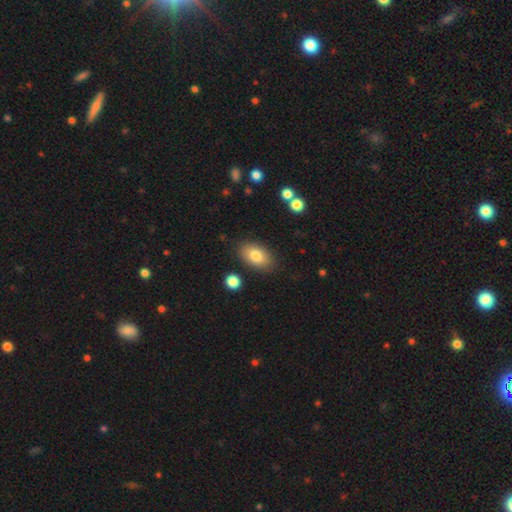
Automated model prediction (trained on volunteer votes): This is likely a smooth galaxy (80%). How rounded: clearly in between (91%). Merging: clearly none (84%).